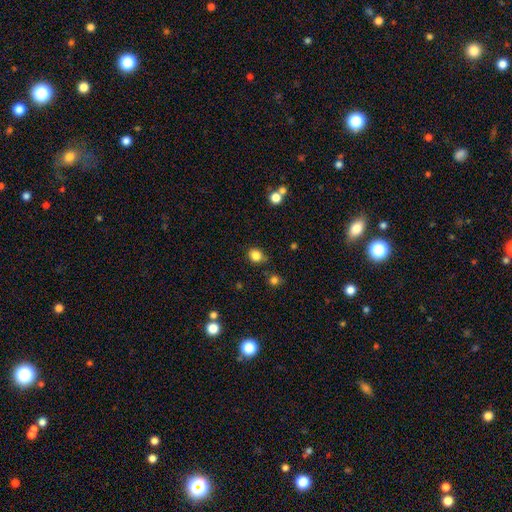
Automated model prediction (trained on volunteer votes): smooth-or-featured: smooth: 83% | star or artifact: 12% | featured or disk: 4%
  how-rounded: round: 71% | in between: 28% | cigar-shaped: 1%
  merging: none: 81% | minor disturbance: 12% | merger: 3% | major disturbance: 3%